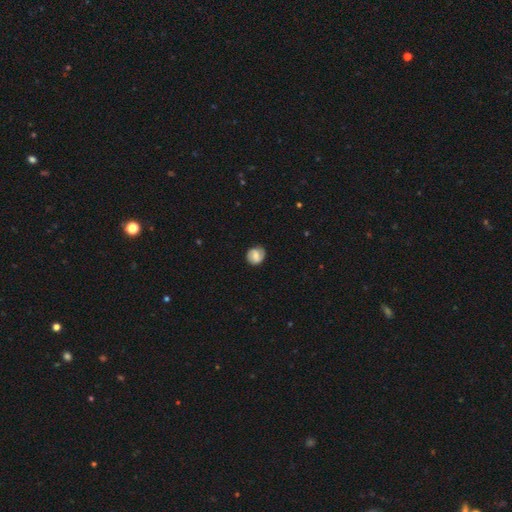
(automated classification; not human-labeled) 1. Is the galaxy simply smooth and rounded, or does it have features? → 51% smooth, 41% featured or disk, 8% star or artifact.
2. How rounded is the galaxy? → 80% round, 19% in between, 1% cigar-shaped.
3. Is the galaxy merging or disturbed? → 82% none, 14% minor disturbance, 4% major disturbance, 1% merger.